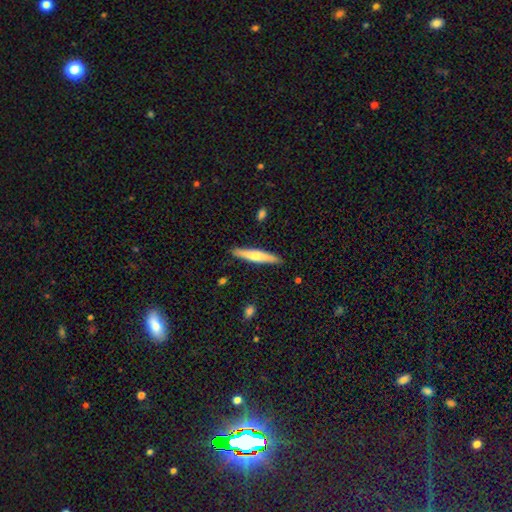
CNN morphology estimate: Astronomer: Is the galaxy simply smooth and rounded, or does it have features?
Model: smooth — 57% (runner-up: featured or disk, 38%).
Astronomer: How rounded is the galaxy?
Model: cigar-shaped — 90%.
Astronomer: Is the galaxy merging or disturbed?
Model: none — 89%.